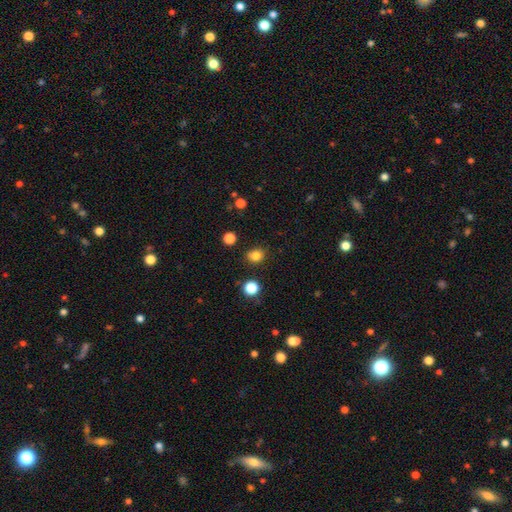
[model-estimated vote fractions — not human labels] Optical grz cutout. It shows a smooth galaxy with no disk features (83%) that is round (71%). Merging: none (87%).